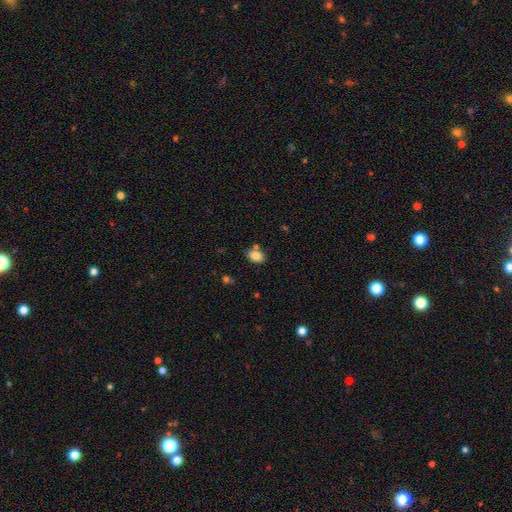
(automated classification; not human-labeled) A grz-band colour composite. It shows a smooth galaxy with no disk features (85%) that is in between round and cigar-shaped (79%). Merging: none (72%).